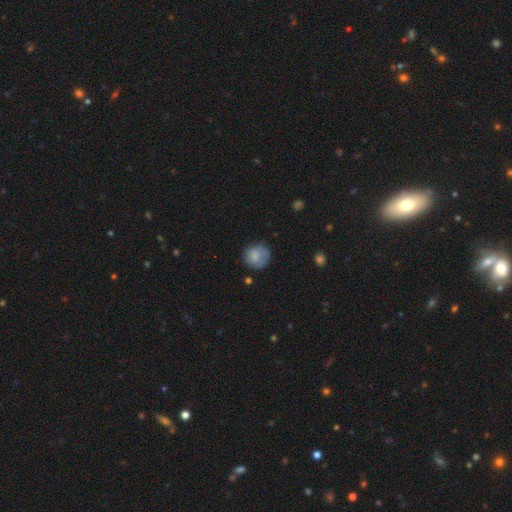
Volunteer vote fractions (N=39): smooth_or_featured: smooth (p=0.72) [alt: featured or disk p=0.18]
how_rounded: round (p=0.82) [alt: in between p=0.18]
merging: none (p=0.69) [alt: minor disturbance p=0.26]